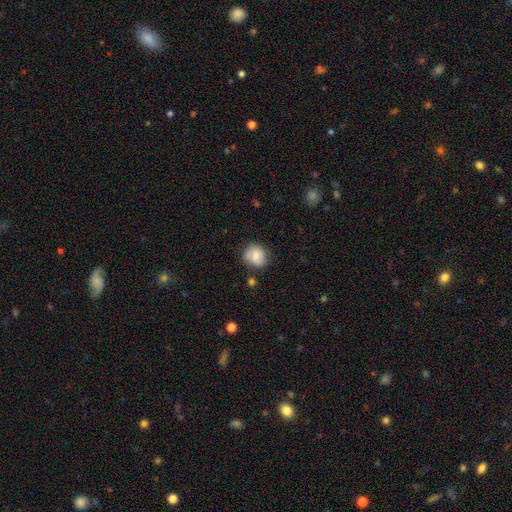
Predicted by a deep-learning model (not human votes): This is likely a smooth galaxy (70%). How rounded: likely round (77%). Merging: likely none (66%).